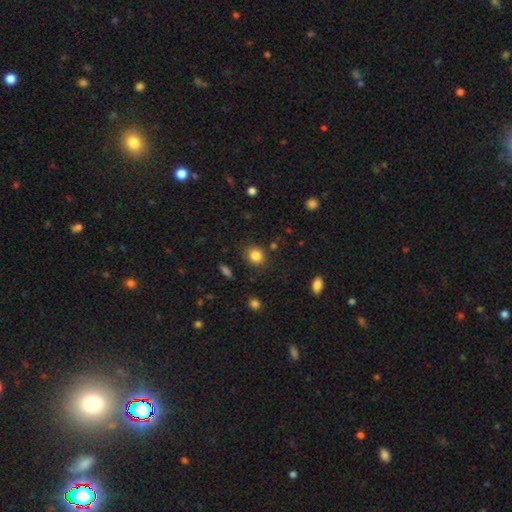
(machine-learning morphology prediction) Overall: smooth (84%). How rounded: round (75%). Merging: none (85%).